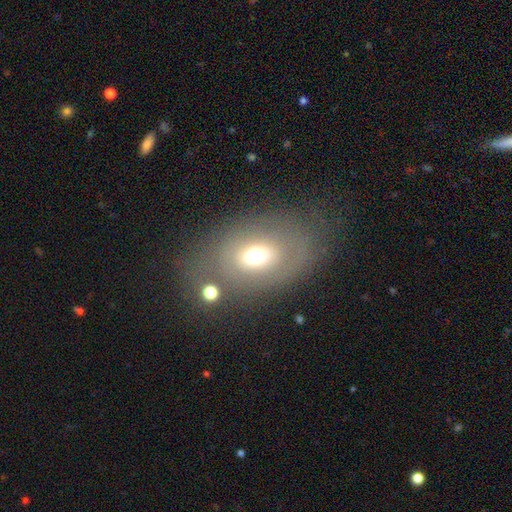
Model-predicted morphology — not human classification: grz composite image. It shows a smooth galaxy with no disk features (53%) that is in between round and cigar-shaped (77%). Merging: none (62%).